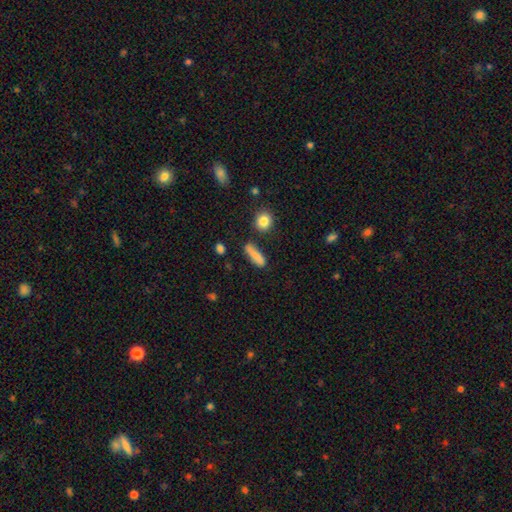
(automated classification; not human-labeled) Morphology: type=smooth (79%); roundness=cigar-shaped (58%); merging=none (72%).